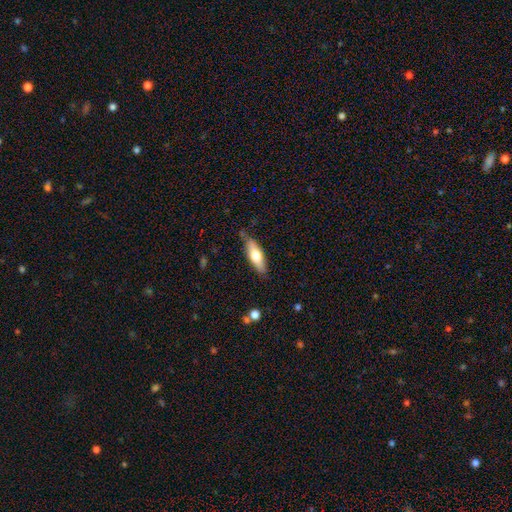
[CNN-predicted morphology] A smooth galaxy with no disk features (62%) that is in between round and cigar-shaped (54%).

Vote fractions:
- Smooth or featured? smooth: 62% / featured or disk: 33% / star or artifact: 6%
- How rounded? in between: 54% / cigar-shaped: 44% / round: 2%
- Merging? none: 75% / minor disturbance: 19% / major disturbance: 4% / merger: 3%